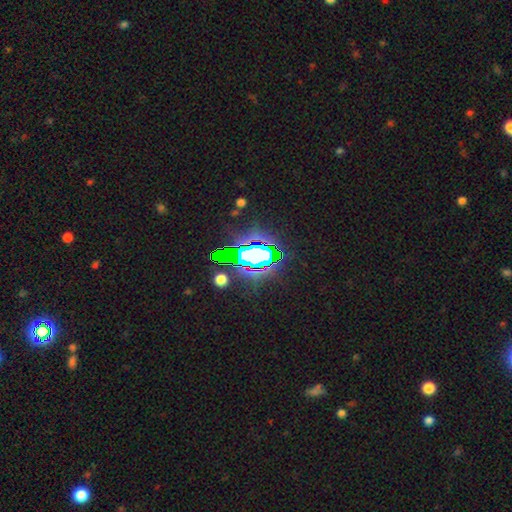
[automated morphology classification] type=star or artifact (69%).